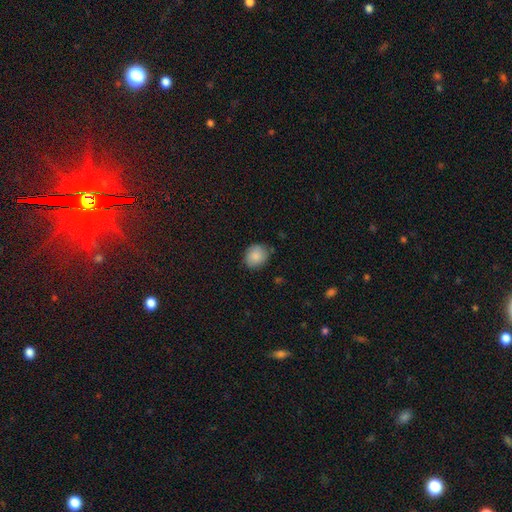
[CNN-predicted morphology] A smooth galaxy with no disk features (87%) that is round (66%). Merging: none (78%).